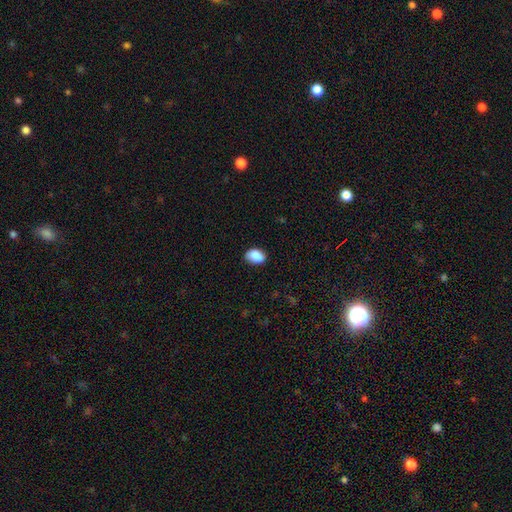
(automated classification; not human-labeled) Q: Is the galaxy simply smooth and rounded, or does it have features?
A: smooth — 87%.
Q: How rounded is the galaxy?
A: in between — 81%.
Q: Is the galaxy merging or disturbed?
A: none — 83%.